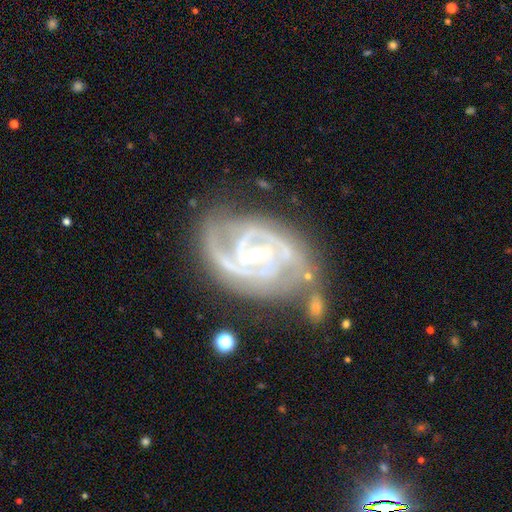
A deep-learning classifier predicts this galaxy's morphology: featured or disk 91%, star or artifact 5%, smooth 4%. Down the decision tree: edge-on disk — no (97%); bar — no (46%); spiral arms — yes (97%); spiral arm count — 2 (49%); spiral winding — tight (57%); bulge size — small (65%); merging — none (52%).